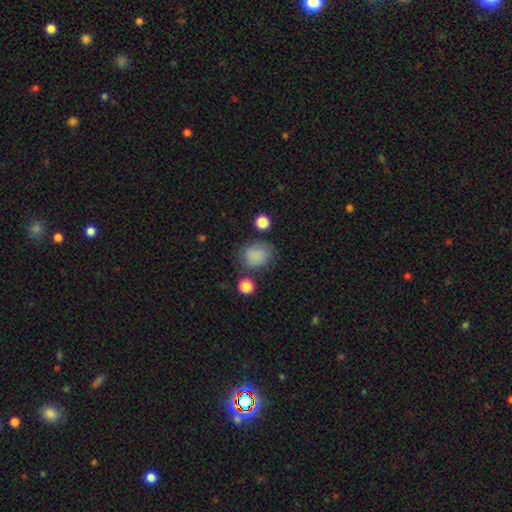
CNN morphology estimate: Overall: smooth (83%). How rounded: round (60%; in between 39%). Merging: none (70%).